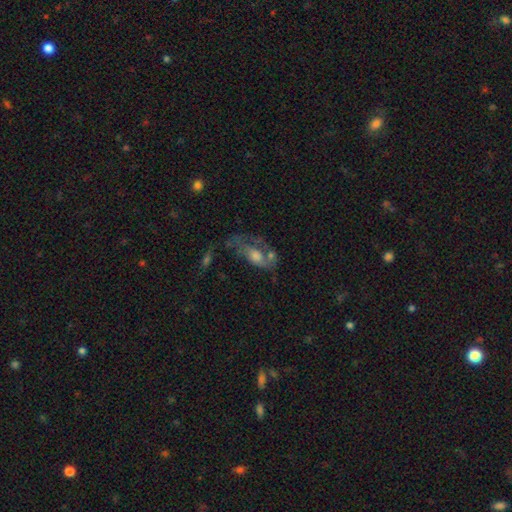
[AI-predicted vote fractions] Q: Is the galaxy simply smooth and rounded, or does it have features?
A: featured or disk — 51%.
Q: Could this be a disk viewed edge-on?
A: no — 88%.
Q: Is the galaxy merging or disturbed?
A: major disturbance — 37%.